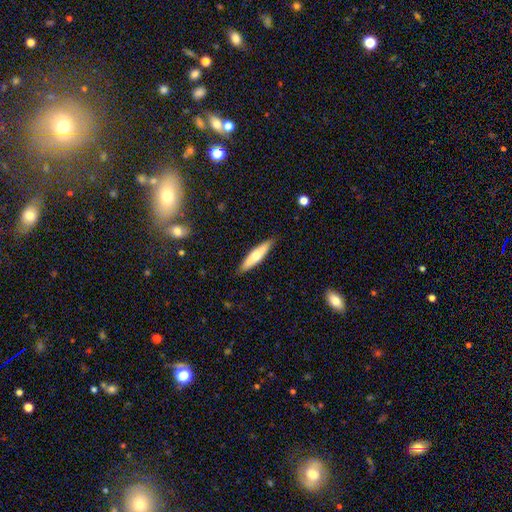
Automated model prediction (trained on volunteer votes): Morphology: type=smooth (60%); roundness=cigar-shaped (74%); merging=none (88%).